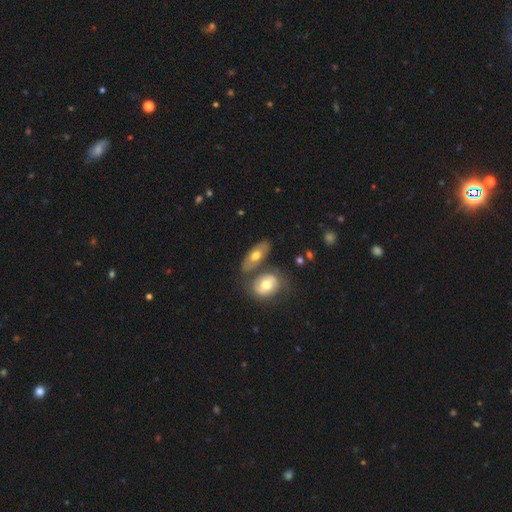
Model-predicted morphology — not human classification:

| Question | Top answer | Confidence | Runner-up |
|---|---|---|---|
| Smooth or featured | smooth | 57% | featured or disk (37%) |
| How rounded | in between | 82% | cigar-shaped (12%) |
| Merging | none | 60% | merger (23%) |